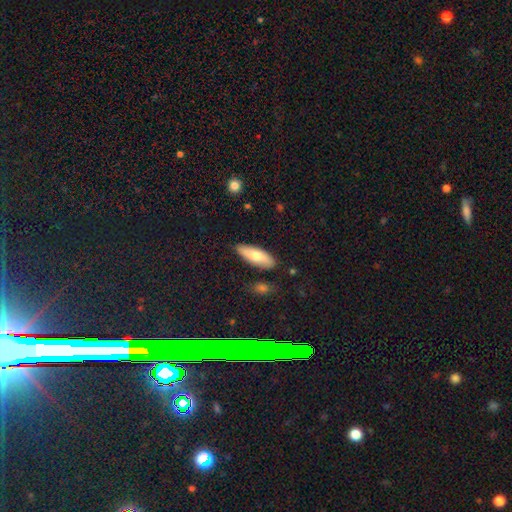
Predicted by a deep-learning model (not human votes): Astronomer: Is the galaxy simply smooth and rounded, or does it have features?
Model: smooth — 71%.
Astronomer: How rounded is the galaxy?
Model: in between — 66%.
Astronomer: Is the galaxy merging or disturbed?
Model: none — 82%.